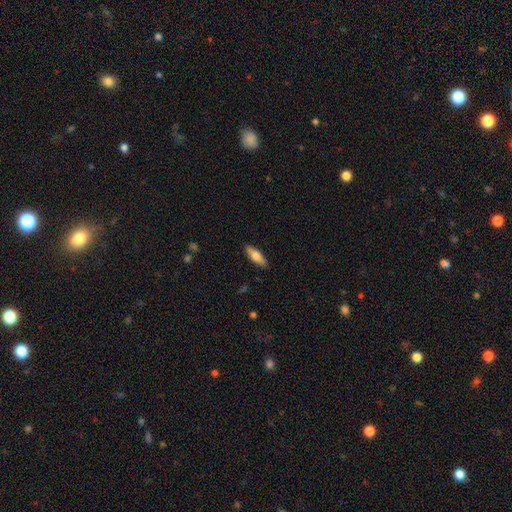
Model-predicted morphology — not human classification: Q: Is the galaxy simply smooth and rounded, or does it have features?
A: smooth — 71%.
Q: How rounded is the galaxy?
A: in between — 53%.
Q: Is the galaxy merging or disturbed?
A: none — 89%.